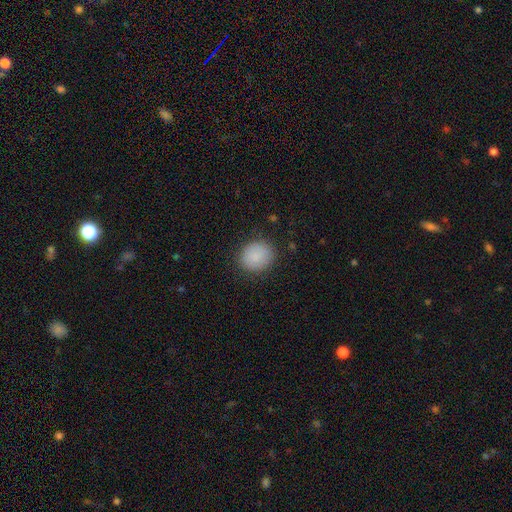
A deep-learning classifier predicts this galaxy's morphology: A smooth galaxy with no disk features (87%) that is round (72%). Merging: none (86%).